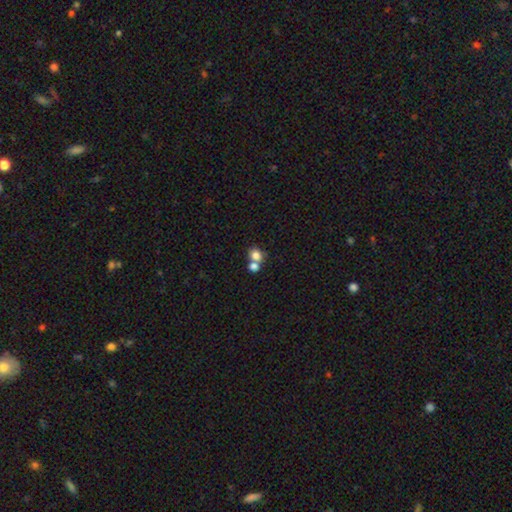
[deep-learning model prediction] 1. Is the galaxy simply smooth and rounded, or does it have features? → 79% smooth, 11% star or artifact, 10% featured or disk.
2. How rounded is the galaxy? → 65% round, 34% in between, 1% cigar-shaped.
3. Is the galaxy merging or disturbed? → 50% merger, 39% none, 7% minor disturbance, 3% major disturbance.